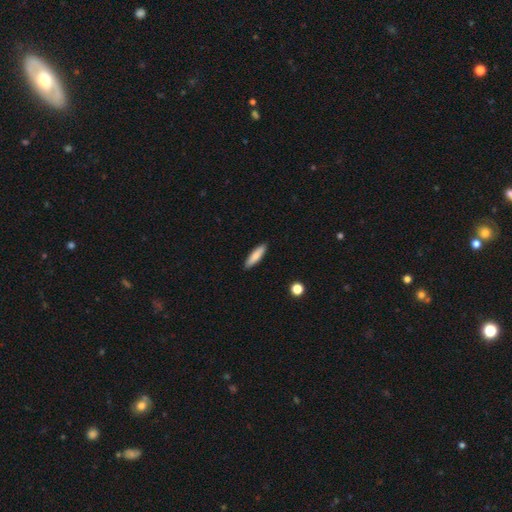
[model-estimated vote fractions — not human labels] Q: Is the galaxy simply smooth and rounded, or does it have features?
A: smooth — 81%.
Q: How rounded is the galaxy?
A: cigar-shaped — 73%.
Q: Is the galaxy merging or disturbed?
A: none — 90%.